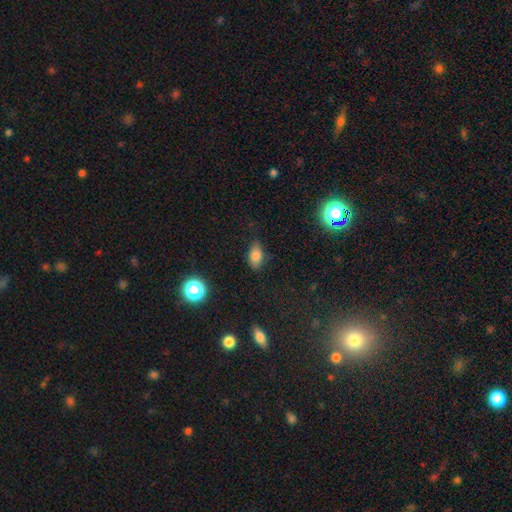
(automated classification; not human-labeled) Overall: smooth (79%). How rounded: in between (88%). Merging: none (79%).